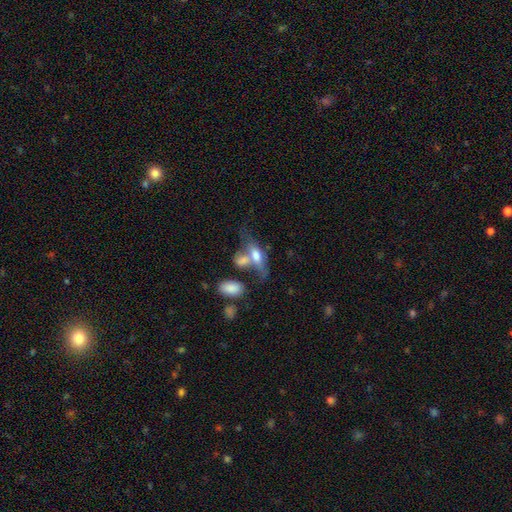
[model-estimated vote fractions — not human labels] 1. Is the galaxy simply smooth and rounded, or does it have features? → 55% smooth, 37% featured or disk, 9% star or artifact.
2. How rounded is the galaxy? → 74% in between, 20% cigar-shaped, 6% round.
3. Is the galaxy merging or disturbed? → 42% merger, 27% none, 15% major disturbance, 15% minor disturbance.